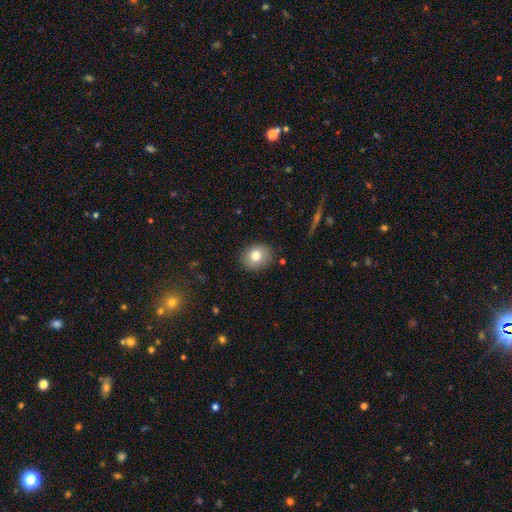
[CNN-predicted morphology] A smooth galaxy with no disk features (77%) that is round (72%). Merging: none (88%).